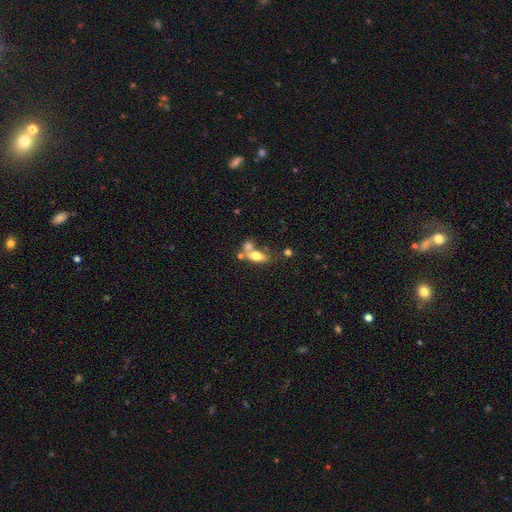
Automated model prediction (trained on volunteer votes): Morphology: type=smooth (63%); roundness=in between (73%); merging=merger (42%).